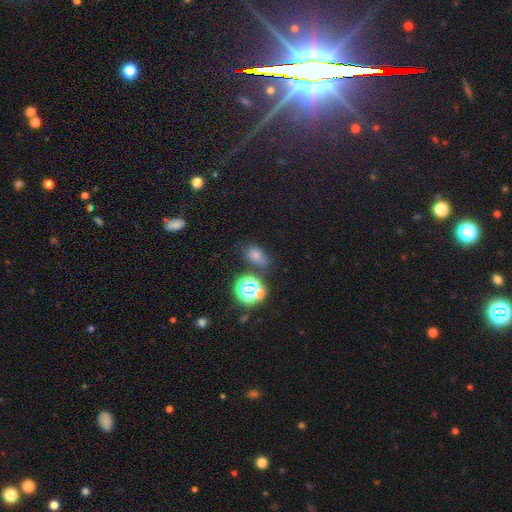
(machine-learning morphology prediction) Smooth or featured? smooth (63%)
How rounded? in between (75%)
Merging? none (64%)